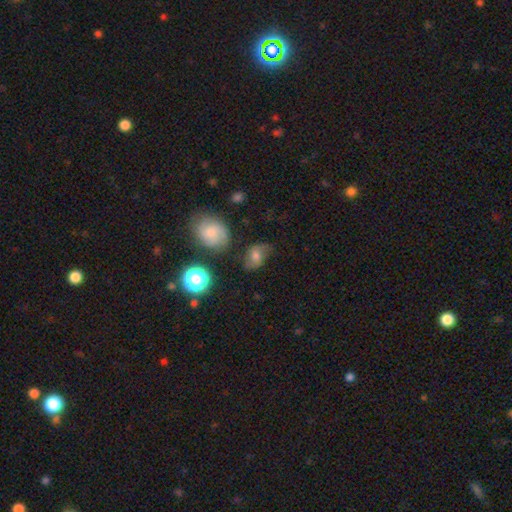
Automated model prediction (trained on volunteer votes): A smooth galaxy with no disk features (50%) that is in between round and cigar-shaped (68%). Merging: none (55%).